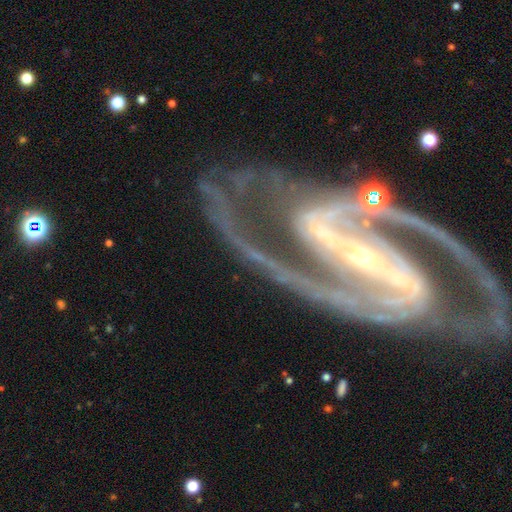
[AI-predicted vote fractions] Smooth or featured: featured or disk — 93% (star or artifact — 5%)
Edge-on disk: no — 97% (yes — 3%)
Bar: strong — 77% (weak — 15%)
Spiral arms: yes — 98% (no — 2%)
Spiral winding: medium — 57% (tight — 31%)
Spiral arm count: 2 — 92% (3 — 2%)
Bulge size: small — 82% (moderate — 13%)
Merging: none — 68% (minor disturbance — 15%)